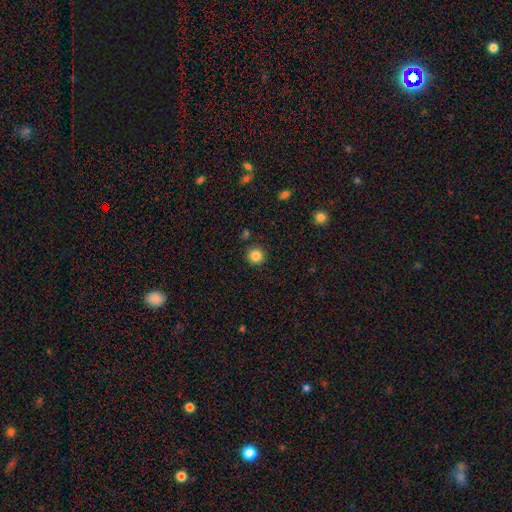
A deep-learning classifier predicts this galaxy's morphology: Overall: smooth (84%). How rounded: round (94%). Merging: none (89%).